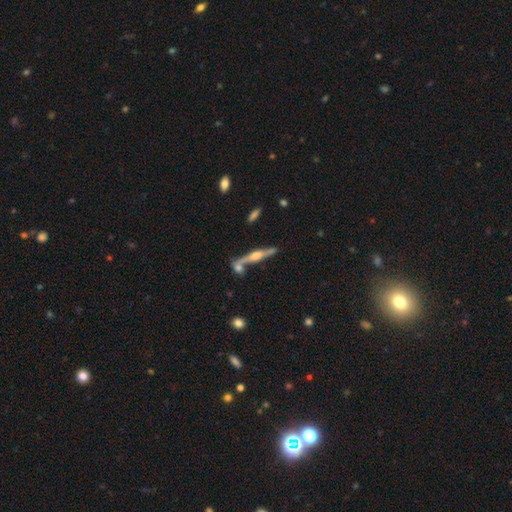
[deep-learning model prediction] The model was most divided on "merging": none: 64%, merger: 20%, minor disturbance: 11%, major disturbance: 4%. More confident: edge-on disk — yes (95%); edge-on bulge — rounded (88%); smooth or featured — featured or disk (77%).